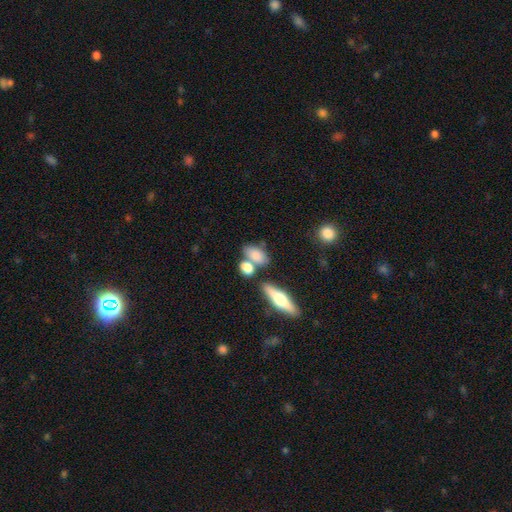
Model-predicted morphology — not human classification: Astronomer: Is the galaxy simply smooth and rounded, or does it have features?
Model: smooth — 78%.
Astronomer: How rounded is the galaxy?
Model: in between — 79%.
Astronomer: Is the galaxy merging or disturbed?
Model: none — 52% (runner-up: merger, 28%).